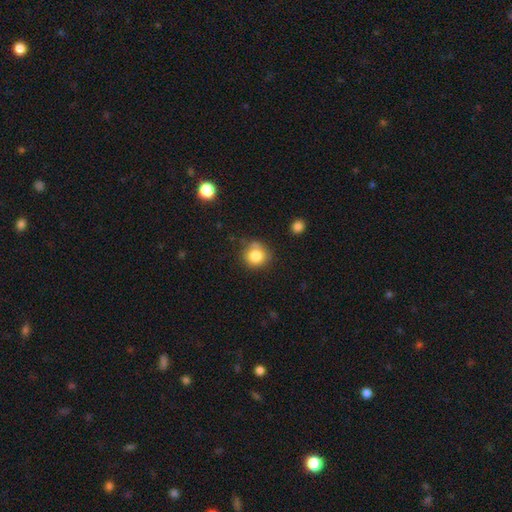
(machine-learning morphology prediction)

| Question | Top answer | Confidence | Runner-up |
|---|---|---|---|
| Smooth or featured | smooth | 82% | star or artifact (11%) |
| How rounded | round | 89% | in between (10%) |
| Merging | none | 72% | minor disturbance (16%) |